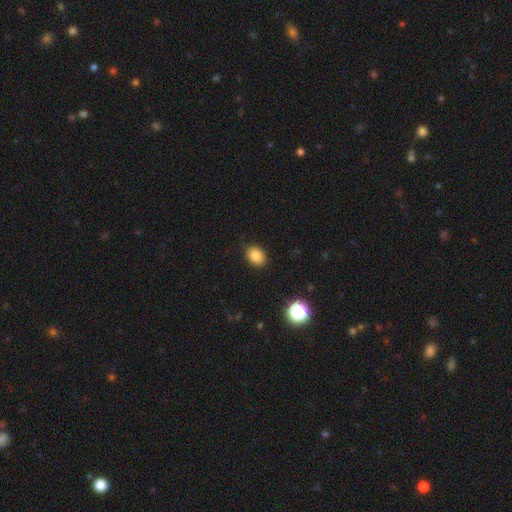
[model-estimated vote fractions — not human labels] smooth 84%, star or artifact 11%, featured or disk 5%. Down the decision tree: how rounded — in between (57%); merging — none (88%).